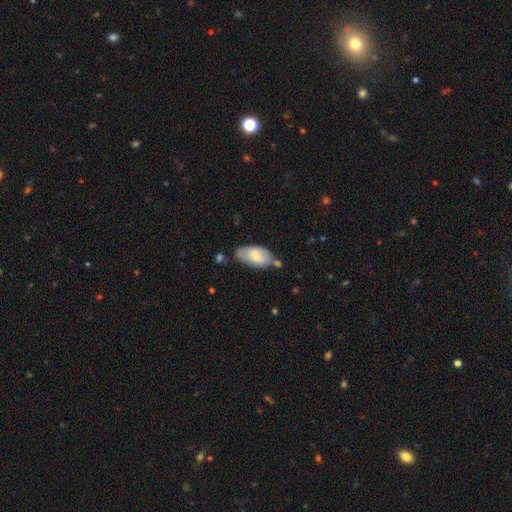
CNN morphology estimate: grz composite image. It shows a smooth galaxy with no disk features (67%) that is in between round and cigar-shaped (93%). Merging: none (59%).